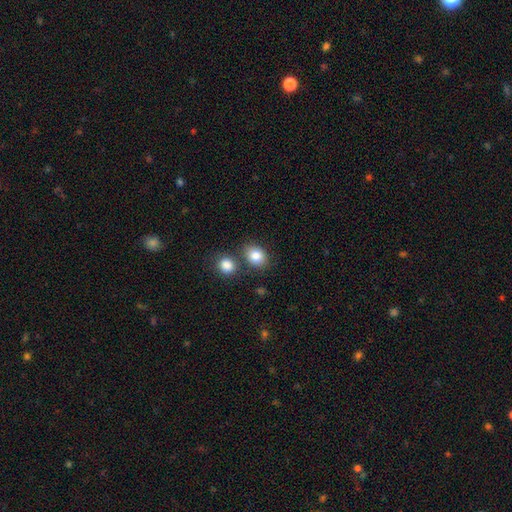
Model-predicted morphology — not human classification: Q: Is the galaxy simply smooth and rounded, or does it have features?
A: smooth — 83%.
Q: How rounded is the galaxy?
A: in between — 50%.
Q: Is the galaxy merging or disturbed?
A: none — 69%.